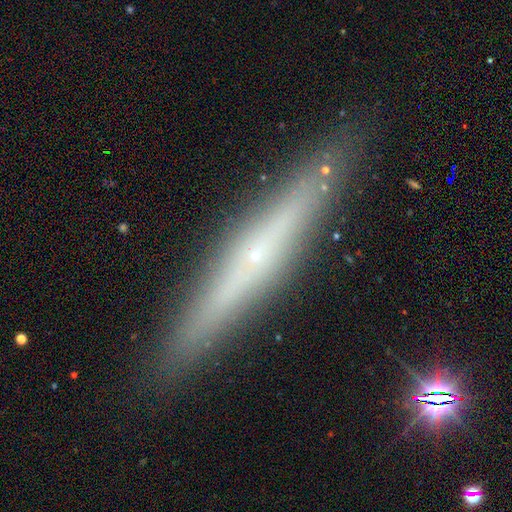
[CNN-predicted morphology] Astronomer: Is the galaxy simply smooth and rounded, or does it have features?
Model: featured or disk — 70%.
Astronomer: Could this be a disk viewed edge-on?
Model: yes — 93%.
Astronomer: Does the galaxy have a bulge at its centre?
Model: rounded — 52% (runner-up: none, 44%).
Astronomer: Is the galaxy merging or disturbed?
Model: none — 89%.